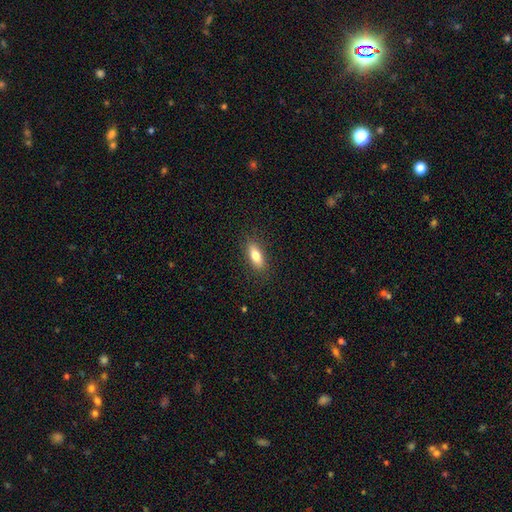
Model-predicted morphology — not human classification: Smooth or featured?
  - smooth: 74% *
  - featured or disk: 19%
  - star or artifact: 7%
How rounded?
  - in between: 69% *
  - cigar-shaped: 28%
  - round: 3%
Merging?
  - none: 87% *
  - minor disturbance: 9%
  - major disturbance: 2%
  - merger: 1%